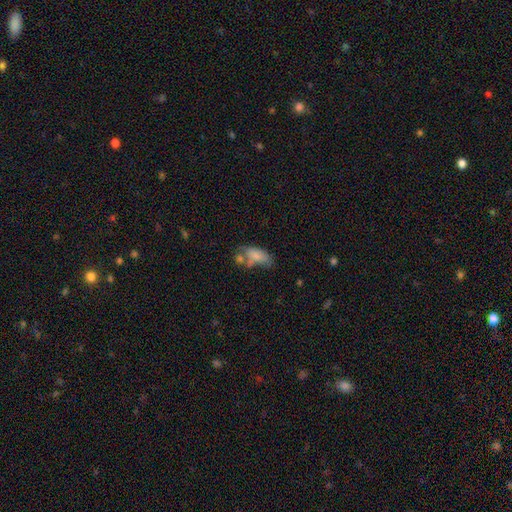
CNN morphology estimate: This appears to be a smooth galaxy with no disk features (75%) that is in between round and cigar-shaped (85%). Merging: none (34%).